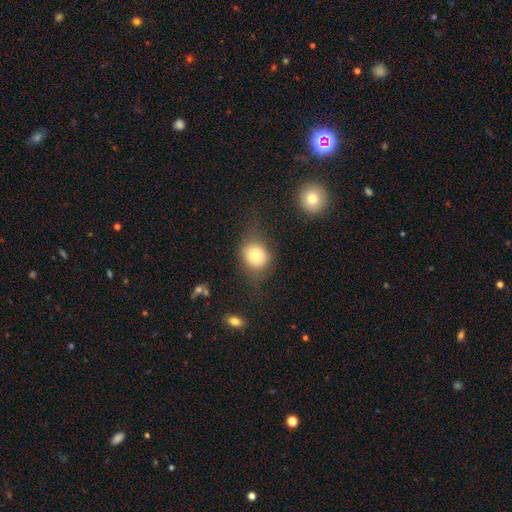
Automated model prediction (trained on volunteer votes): Smooth or featured: smooth — 73% (featured or disk — 17%)
How rounded: round — 73% (in between — 25%)
Merging: none — 56% (minor disturbance — 23%)